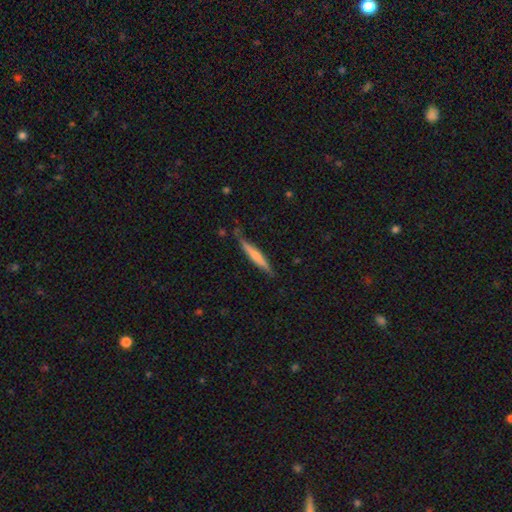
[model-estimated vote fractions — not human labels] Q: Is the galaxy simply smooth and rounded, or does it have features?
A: smooth — 54%.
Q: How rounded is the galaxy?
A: cigar-shaped — 93%.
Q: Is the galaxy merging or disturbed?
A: none — 71%.